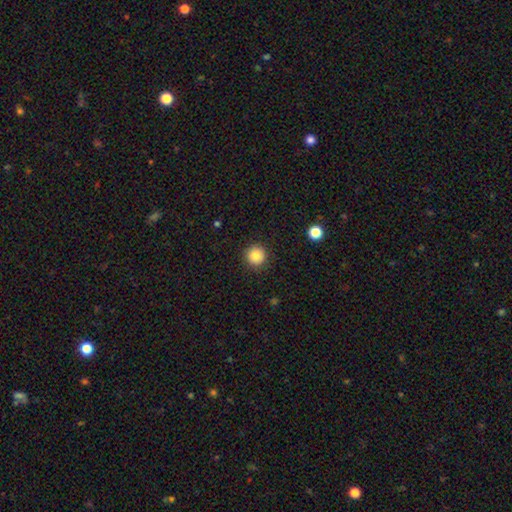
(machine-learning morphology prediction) smooth-or-featured: smooth: 84% | star or artifact: 10% | featured or disk: 6%
  how-rounded: round: 95% | in between: 4% | cigar-shaped: 1%
  merging: none: 91% | minor disturbance: 6% | major disturbance: 2% | merger: 1%